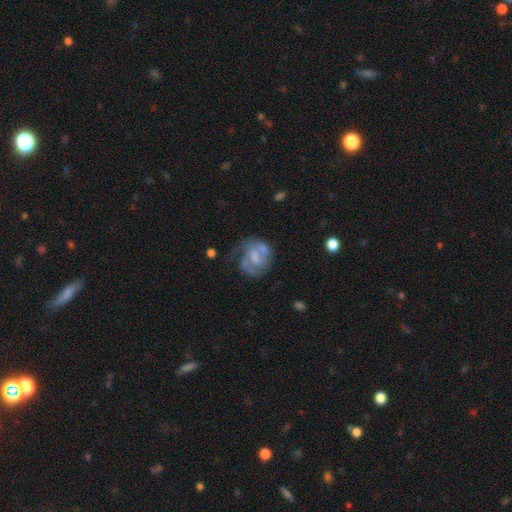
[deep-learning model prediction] Q: Smooth or featured?
A: featured or disk (68%); runner-up: smooth (24%)
Q: Edge-on disk?
A: no (98%); runner-up: yes (2%)
Q: Bar?
A: no (47%); runner-up: weak (42%)
Q: Spiral arms?
A: yes (78%); runner-up: no (22%)
Q: Spiral winding?
A: medium (42%); runner-up: tight (39%)
Q: Spiral arm count?
A: 2 (44%); runner-up: can't tell (23%)
Q: Bulge size?
A: none (31%); tied with: moderate (31%)
Q: Merging?
A: none (45%); runner-up: minor disturbance (22%)